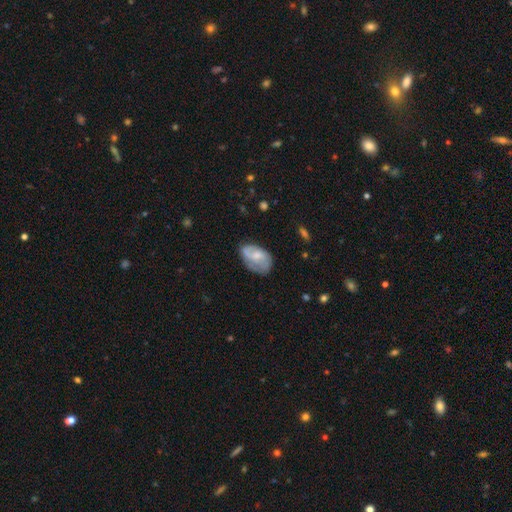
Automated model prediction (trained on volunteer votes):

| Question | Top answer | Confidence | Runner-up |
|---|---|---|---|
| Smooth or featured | featured or disk | 50% | smooth (44%) |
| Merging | none | 58% | minor disturbance (28%) |